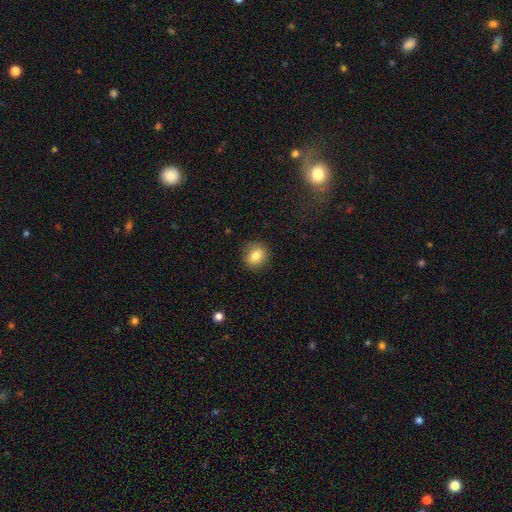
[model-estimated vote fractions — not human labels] A smooth galaxy with no disk features (82%) that is round (62%). Merging: none (86%).